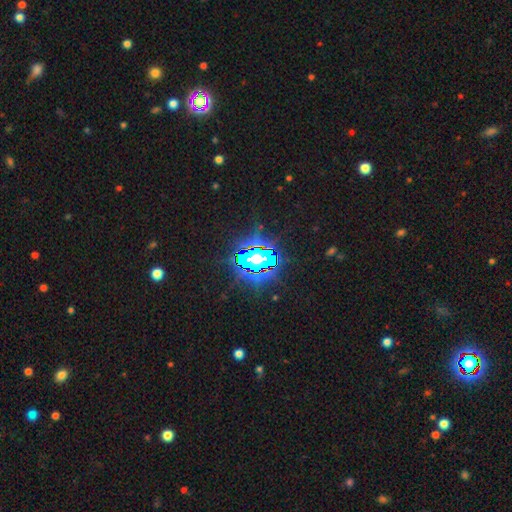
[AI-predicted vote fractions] smooth-or-featured: star or artifact: 81% | smooth: 11% | featured or disk: 8%